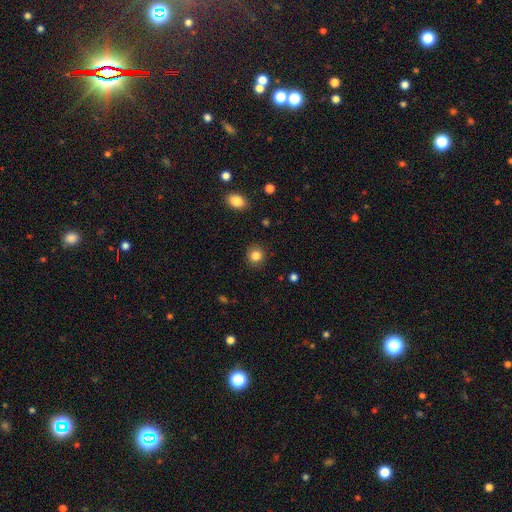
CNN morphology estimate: A smooth galaxy with no disk features (84%) that is round (89%). Merging: none (90%).